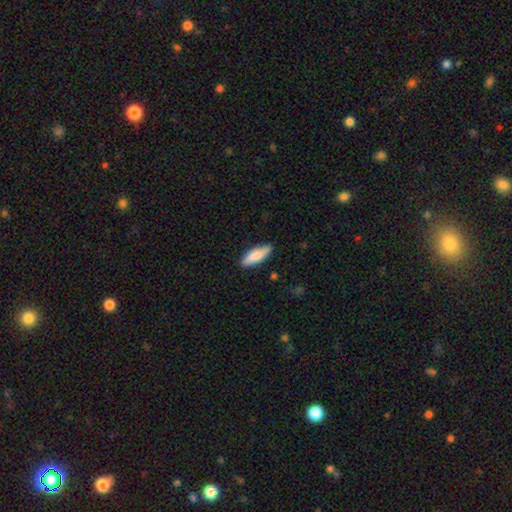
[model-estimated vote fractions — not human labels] Morphology: type=smooth (79%); roundness=cigar-shaped (50%); merging=none (85%).